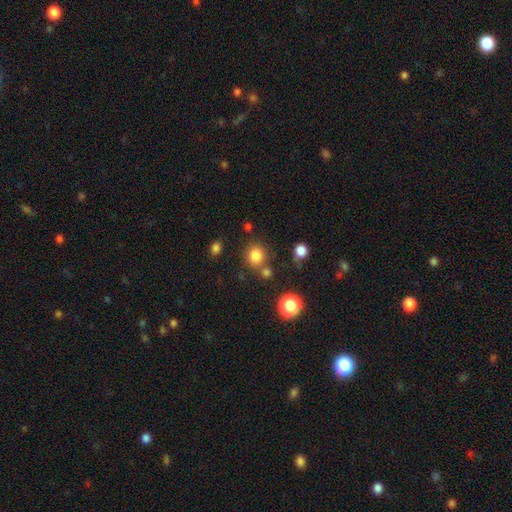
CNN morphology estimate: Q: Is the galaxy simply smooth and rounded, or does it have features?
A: smooth — 81%.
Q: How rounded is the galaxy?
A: round — 83%.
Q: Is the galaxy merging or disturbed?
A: none — 73%.